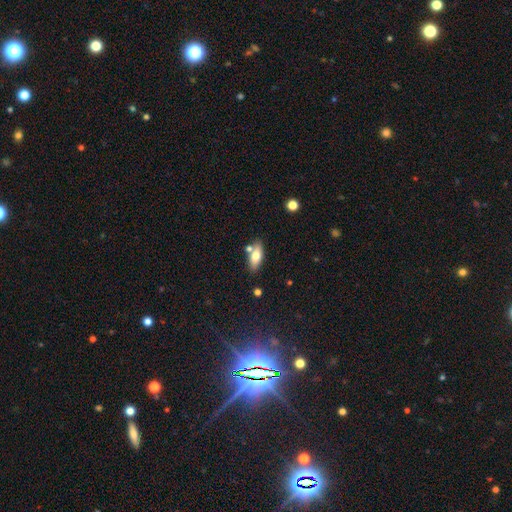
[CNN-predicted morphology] type=smooth (70%); roundness=in between (77%); merging=none (72%).